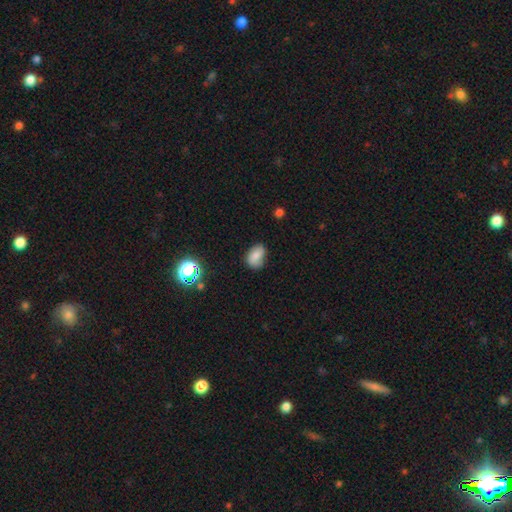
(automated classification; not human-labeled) smooth 74%, featured or disk 14%, star or artifact 11%. Down the decision tree: how rounded — in between (80%); merging — none (61%).